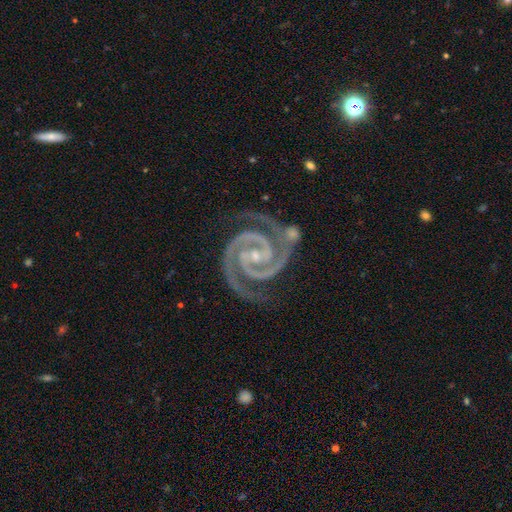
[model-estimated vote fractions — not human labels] Overall: featured or disk (95%). Edge-on disk: no (98%). Bar: no (42%; weak 33%). Spiral arms: yes (99%). Spiral arm count: 2 (92%). Spiral winding: tight (77%). Bulge size: small (79%). Merging: none (75%).